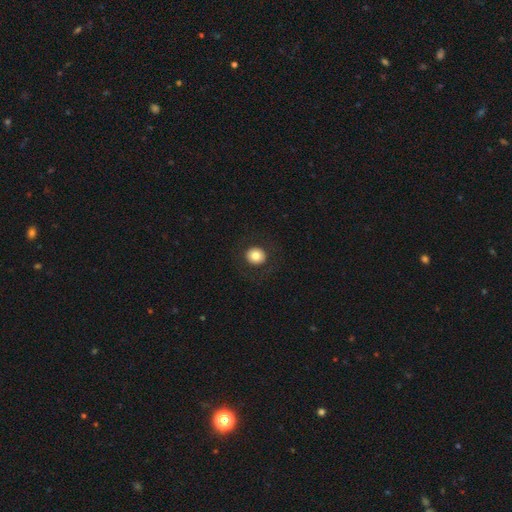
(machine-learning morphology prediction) Overall: smooth (80%). How rounded: round (88%). Merging: none (90%).